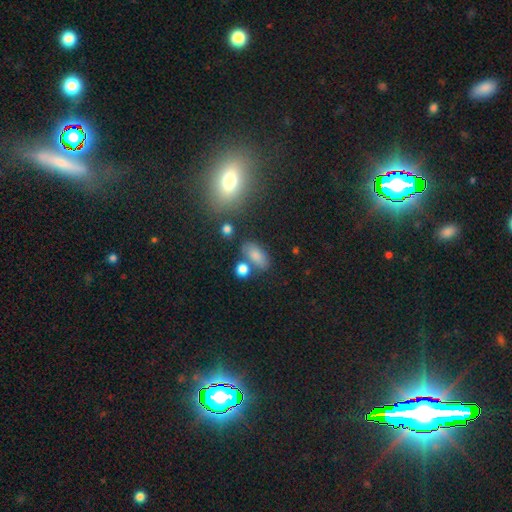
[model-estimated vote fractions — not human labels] Smooth or featured? Predicted: smooth (p=0.78). How rounded? Predicted: in between (p=0.86). Merging? Predicted: none (p=0.63).